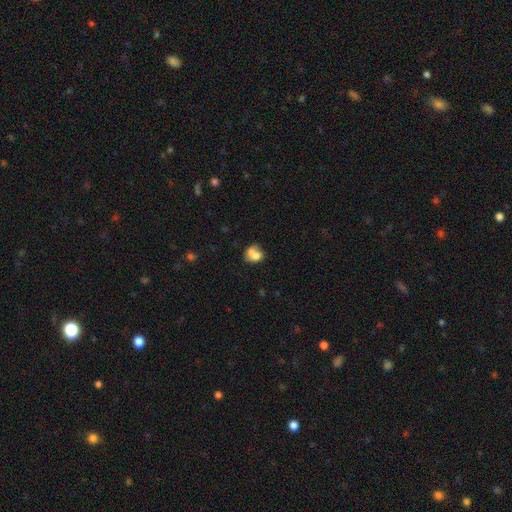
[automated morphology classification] smooth_or_featured: smooth (p=0.69) [alt: featured or disk p=0.22]
how_rounded: round (p=0.53) [alt: in between p=0.46]
merging: merger (p=0.55) [alt: none p=0.25]